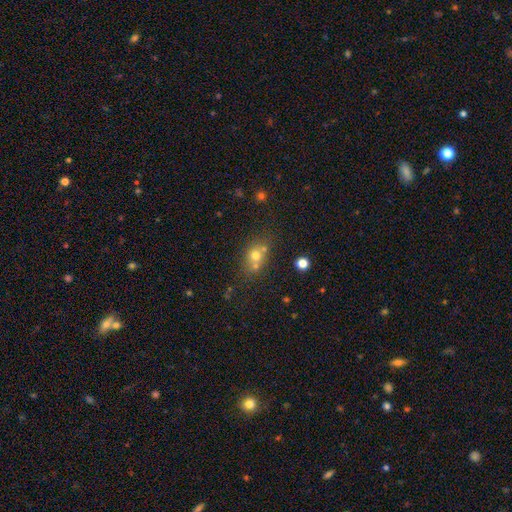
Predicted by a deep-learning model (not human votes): Q: Smooth or featured?
A: smooth (63%); runner-up: star or artifact (19%)
Q: How rounded?
A: round (65%); runner-up: in between (34%)
Q: Merging?
A: none (48%); runner-up: merger (37%)